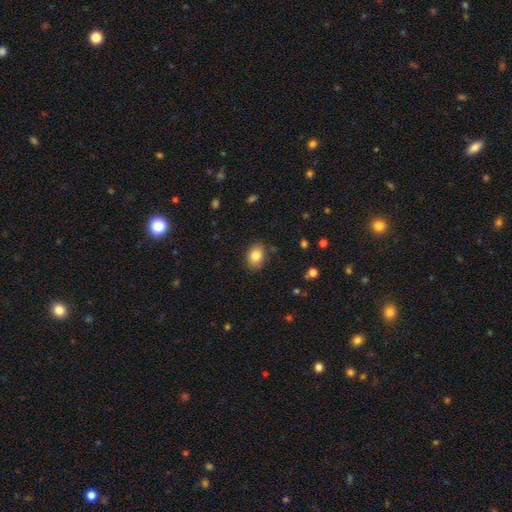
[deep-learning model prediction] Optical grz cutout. It shows a smooth galaxy with no disk features (83%) that is in between round and cigar-shaped (66%). Merging: none (85%).